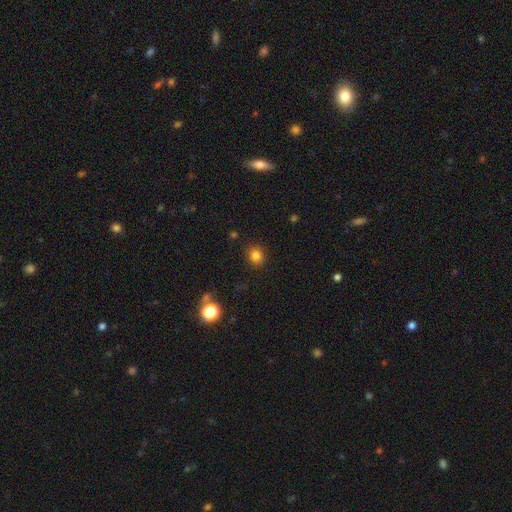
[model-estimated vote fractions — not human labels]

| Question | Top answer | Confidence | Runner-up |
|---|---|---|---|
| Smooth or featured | smooth | 81% | star or artifact (13%) |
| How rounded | round | 78% | in between (21%) |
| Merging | none | 88% | minor disturbance (8%) |